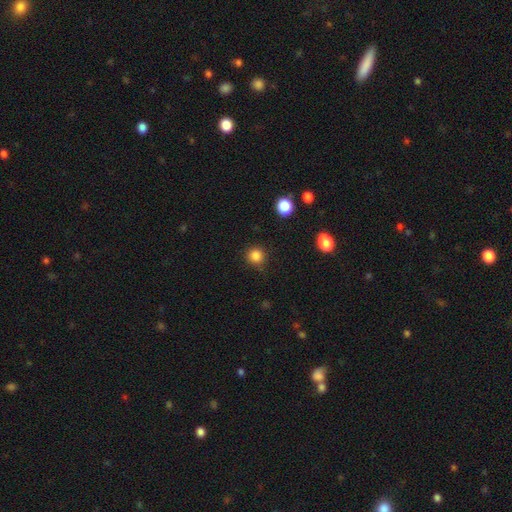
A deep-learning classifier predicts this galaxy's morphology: Smooth or featured: smooth — 85% (star or artifact — 12%)
How rounded: round — 93% (in between — 6%)
Merging: none — 88% (minor disturbance — 8%)